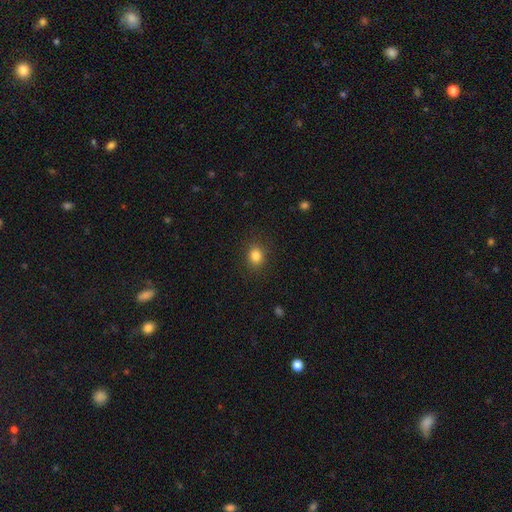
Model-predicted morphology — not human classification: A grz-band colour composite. It shows a smooth galaxy with no disk features (83%) that is round (64%). Merging: none (88%).